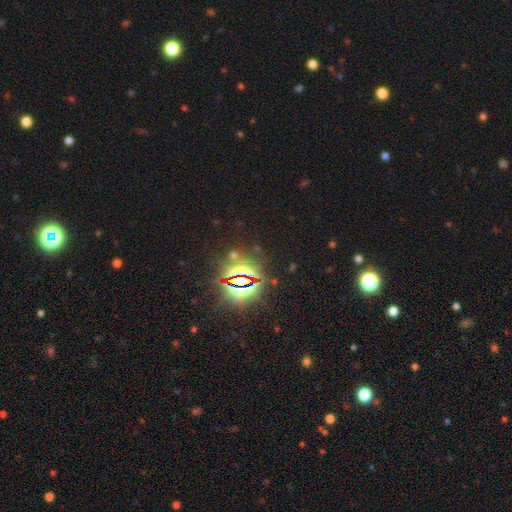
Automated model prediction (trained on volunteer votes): Overall: star or artifact (85%).